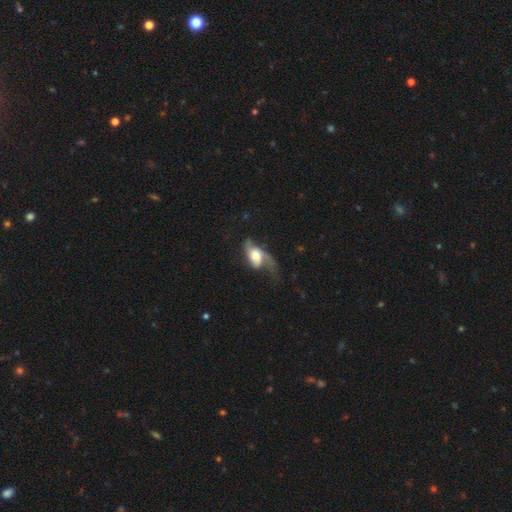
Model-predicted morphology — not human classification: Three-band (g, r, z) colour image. It shows a featured or disk galaxy (62%) with no bar (66%), spiral arms (83%) and a moderate central bulge (52%). Merging: major disturbance (42%).